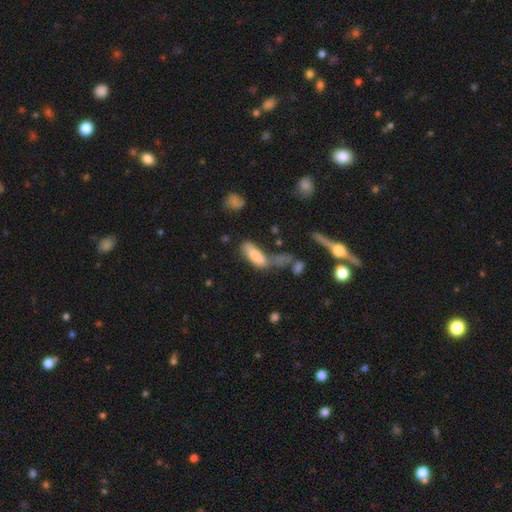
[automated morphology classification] A smooth galaxy with no disk features (77%) that is in between round and cigar-shaped (68%).

Vote fractions:
- Smooth or featured? smooth: 77% / featured or disk: 15% / star or artifact: 8%
- How rounded? in between: 68% / cigar-shaped: 29% / round: 2%
- Merging? none: 34% / merger: 29% / minor disturbance: 21% / major disturbance: 16%